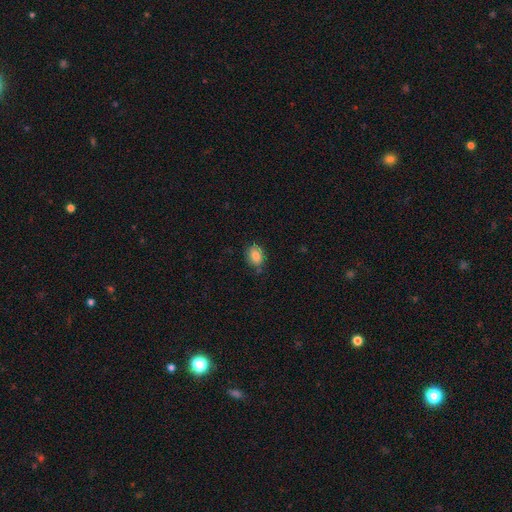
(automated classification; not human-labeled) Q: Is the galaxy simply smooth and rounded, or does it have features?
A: smooth — 82%.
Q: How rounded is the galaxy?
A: in between — 59%.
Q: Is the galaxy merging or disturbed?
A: none — 76%.